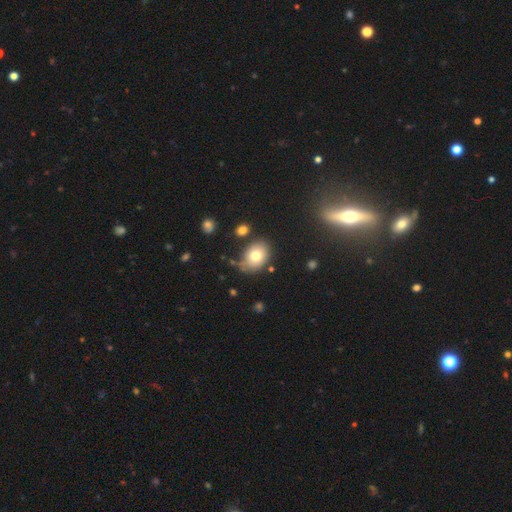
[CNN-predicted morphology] smooth-or-featured: smooth: 75% | featured or disk: 15% | star or artifact: 10%
  how-rounded: in between: 62% | round: 37% | cigar-shaped: 1%
  merging: none: 68% | minor disturbance: 20% | merger: 7% | major disturbance: 6%